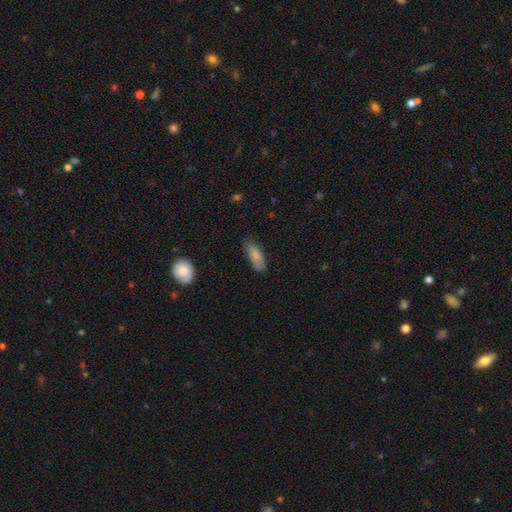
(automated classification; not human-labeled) Smooth or featured? smooth (82%)
How rounded? in between (68%)
Merging? none (76%)